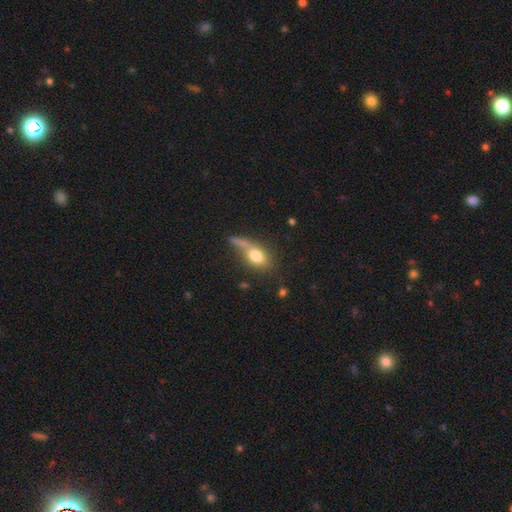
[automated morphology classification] The model was most divided on "merging": none: 40%, merger: 21%, major disturbance: 20%, minor disturbance: 19%. More confident: smooth or featured — smooth (73%); how rounded — in between (71%).